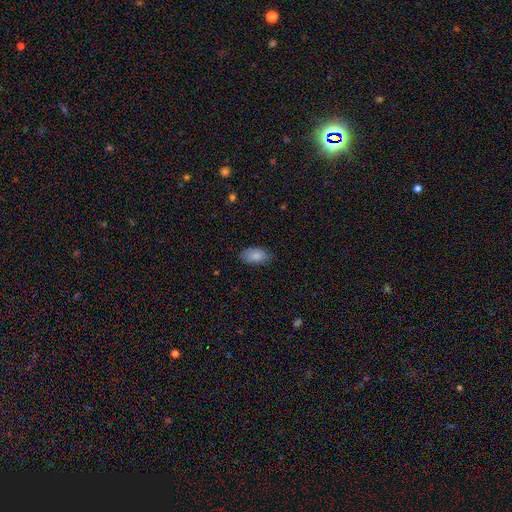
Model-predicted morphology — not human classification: A smooth galaxy with no disk features (85%) that is in between round and cigar-shaped (93%). Merging: none (74%).